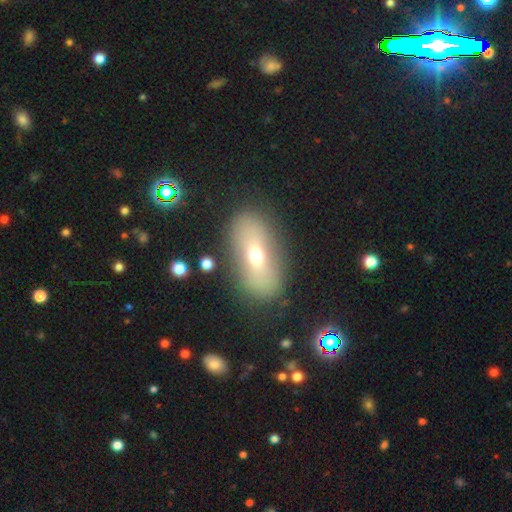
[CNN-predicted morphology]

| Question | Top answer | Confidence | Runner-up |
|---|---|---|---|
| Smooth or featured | smooth | 55% | featured or disk (31%) |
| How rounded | in between | 80% | cigar-shaped (12%) |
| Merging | none | 82% | minor disturbance (11%) |